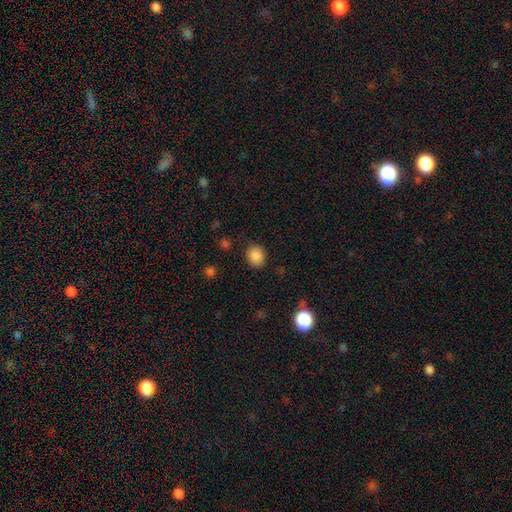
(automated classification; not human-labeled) Q: Smooth or featured?
A: smooth (87%); runner-up: star or artifact (10%)
Q: How rounded?
A: round (69%); runner-up: in between (30%)
Q: Merging?
A: none (84%); runner-up: minor disturbance (11%)